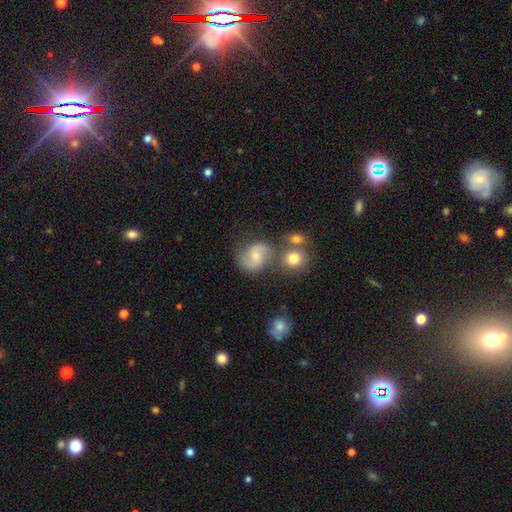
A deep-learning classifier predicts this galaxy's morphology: Smooth or featured: featured or disk — 51% (smooth — 39%)
Edge-on disk: no — 97% (yes — 3%)
Merging: none — 60% (merger — 17%)